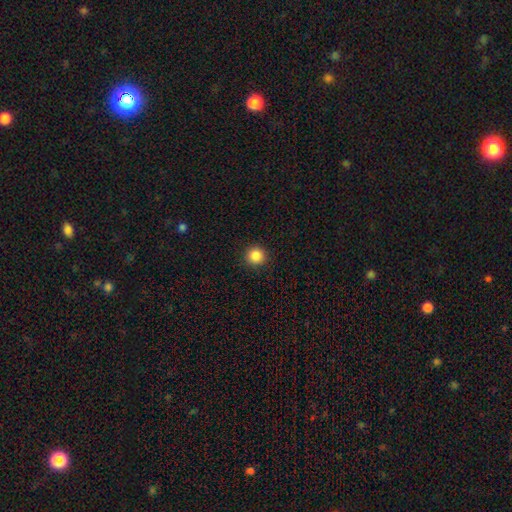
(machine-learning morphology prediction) Smooth or featured?
  - smooth: 86% *
  - star or artifact: 10%
  - featured or disk: 3%
How rounded?
  - round: 95% *
  - in between: 4%
  - cigar-shaped: 1%
Merging?
  - none: 92% *
  - minor disturbance: 5%
  - major disturbance: 2%
  - merger: 1%